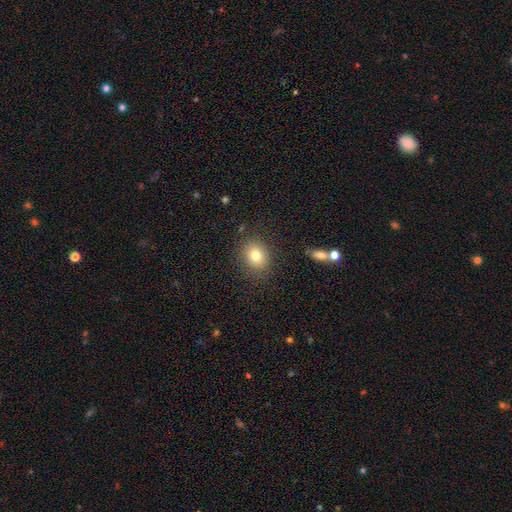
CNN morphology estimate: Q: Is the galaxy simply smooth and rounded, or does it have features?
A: smooth — 77%.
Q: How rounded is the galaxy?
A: round — 64%.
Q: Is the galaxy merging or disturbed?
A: none — 84%.